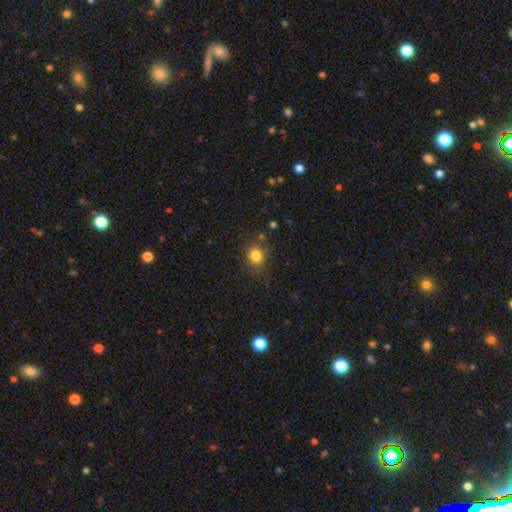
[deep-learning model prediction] Smooth or featured? smooth (81%)
How rounded? round (73%)
Merging? none (75%)